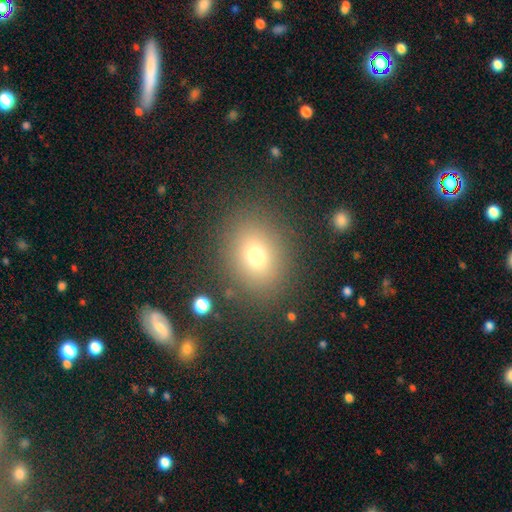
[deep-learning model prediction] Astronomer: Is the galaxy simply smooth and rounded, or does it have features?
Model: smooth — 73%.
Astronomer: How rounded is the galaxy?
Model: in between — 51% (runner-up: round, 48%).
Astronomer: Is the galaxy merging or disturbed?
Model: none — 85%.